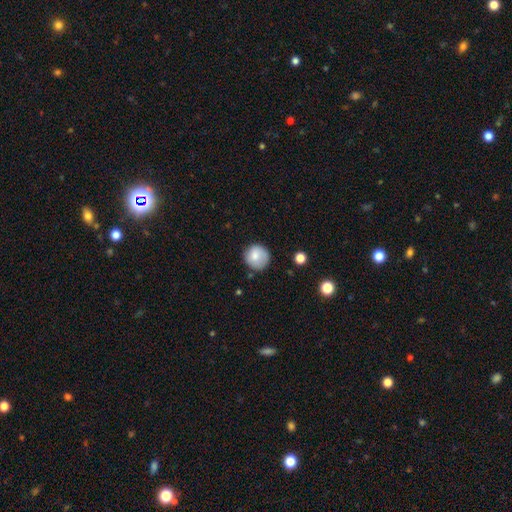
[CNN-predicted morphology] smooth 81%, featured or disk 11%, star or artifact 8%. Down the decision tree: how rounded — round (92%); merging — none (78%).